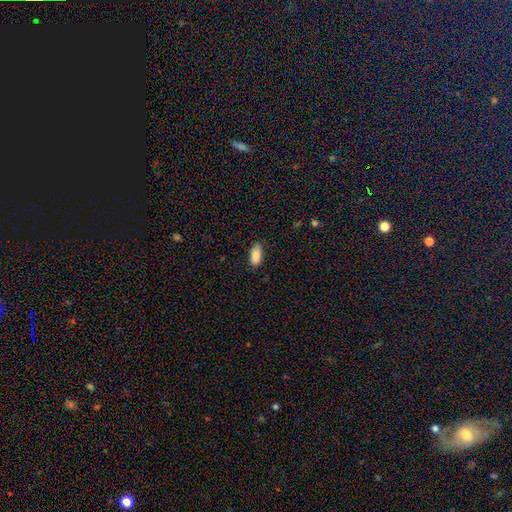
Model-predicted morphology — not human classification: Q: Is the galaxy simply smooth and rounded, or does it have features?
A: smooth — 89%.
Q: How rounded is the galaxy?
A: in between — 89%.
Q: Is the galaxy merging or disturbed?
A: none — 82%.